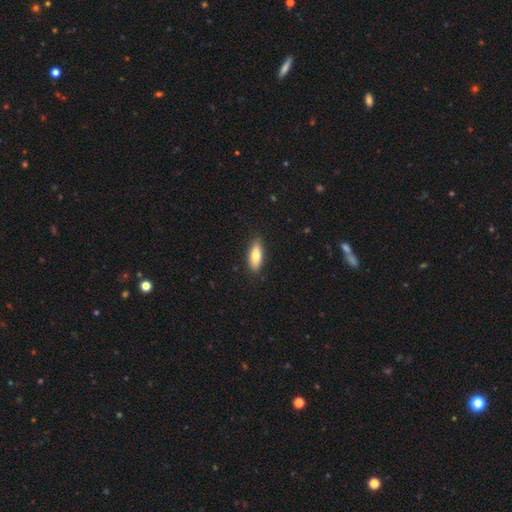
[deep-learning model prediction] Morphology: type=smooth (75%); roundness=in between (70%); merging=none (87%).